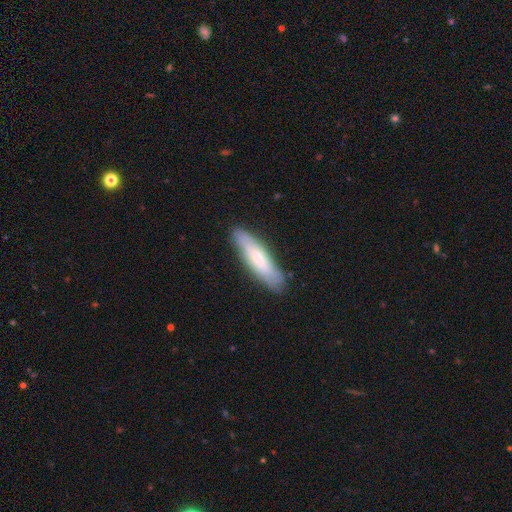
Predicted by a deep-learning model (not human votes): A smooth galaxy with no disk features (59%) that is cigar-shaped (71%). Merging: none (85%).